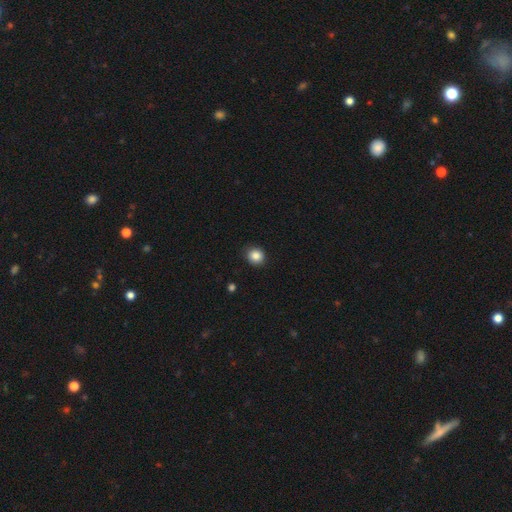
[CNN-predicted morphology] Smooth or featured? Predicted: smooth (p=0.86). How rounded? Predicted: round (p=0.85). Merging? Predicted: none (p=0.90).